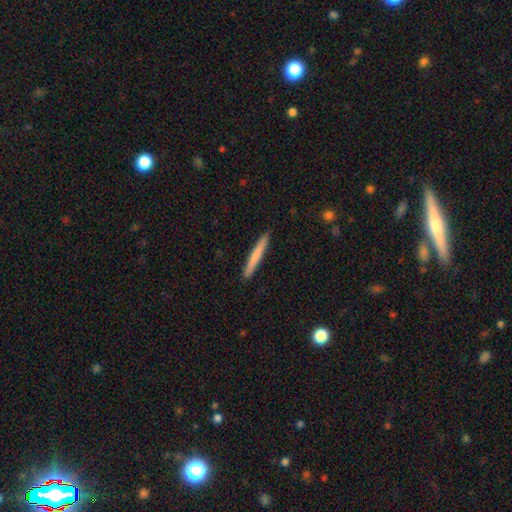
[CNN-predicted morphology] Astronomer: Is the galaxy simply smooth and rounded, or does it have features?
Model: smooth — 71%.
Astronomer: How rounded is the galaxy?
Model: cigar-shaped — 97%.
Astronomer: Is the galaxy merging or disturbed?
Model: none — 92%.